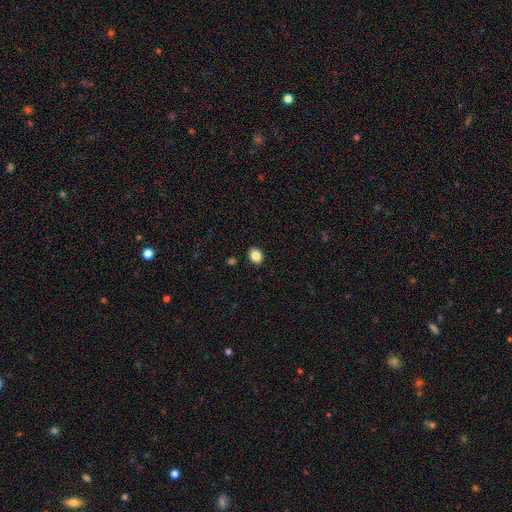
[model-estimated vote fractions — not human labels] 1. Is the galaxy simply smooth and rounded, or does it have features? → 87% smooth, 10% star or artifact, 4% featured or disk.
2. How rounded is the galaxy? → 57% in between, 43% round, 1% cigar-shaped.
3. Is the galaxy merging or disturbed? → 90% none, 7% minor disturbance, 2% major disturbance, 2% merger.